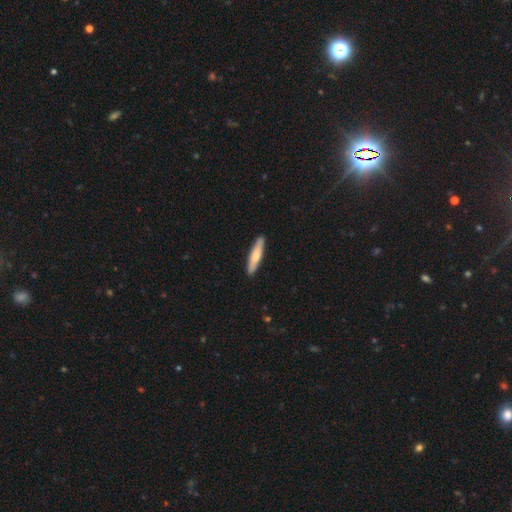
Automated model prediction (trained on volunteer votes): A smooth galaxy with no disk features (68%) that is cigar-shaped (85%). Merging: none (90%).